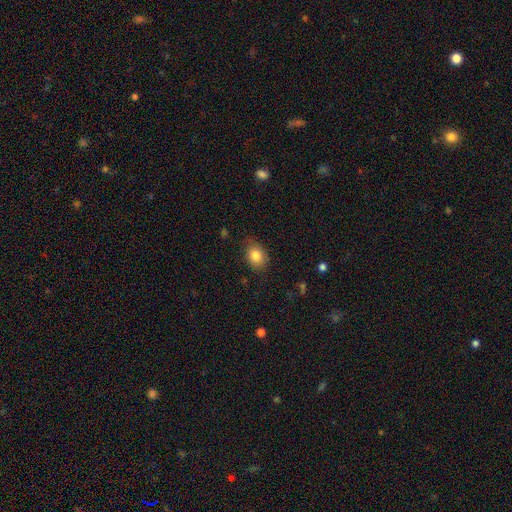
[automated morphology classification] This appears to be a smooth galaxy with no disk features (83%) that is in between round and cigar-shaped (61%). Merging: none (78%).